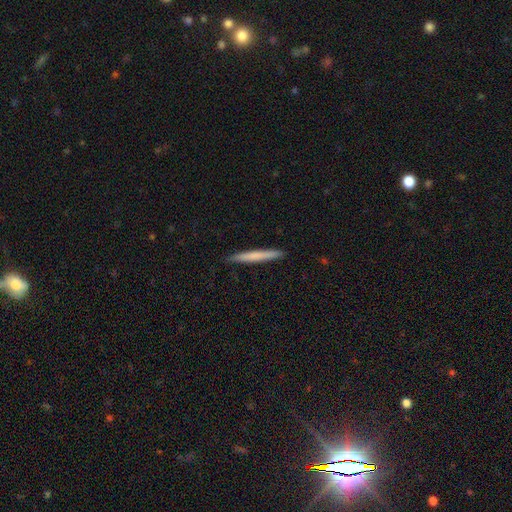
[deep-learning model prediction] This is likely a smooth galaxy (66%). How rounded: clearly cigar-shaped (97%). Merging: clearly none (92%).